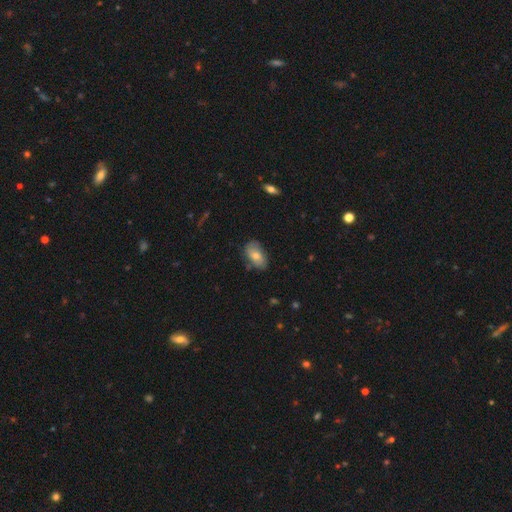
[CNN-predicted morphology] A smooth galaxy with no disk features (63%) that is in between round and cigar-shaped (91%). Merging: none (72%).